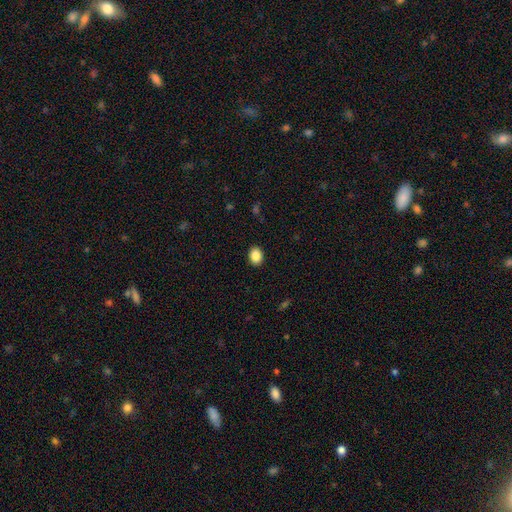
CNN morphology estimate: Smooth or featured: smooth — 88% (star or artifact — 8%)
How rounded: in between — 66% (round — 33%)
Merging: none — 90% (minor disturbance — 7%)